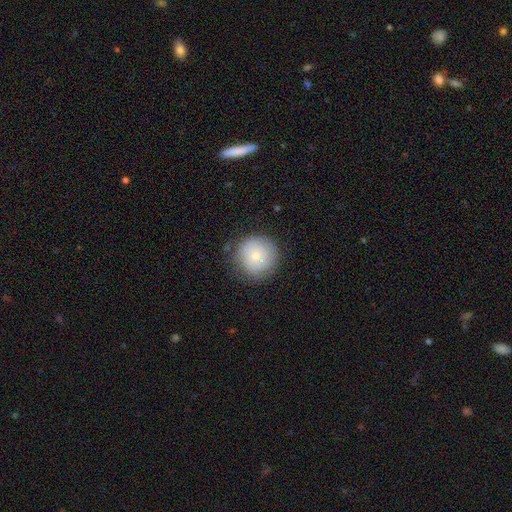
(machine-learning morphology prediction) smooth 69%, featured or disk 23%, star or artifact 8%. Down the decision tree: how rounded — round (95%); merging — none (81%).